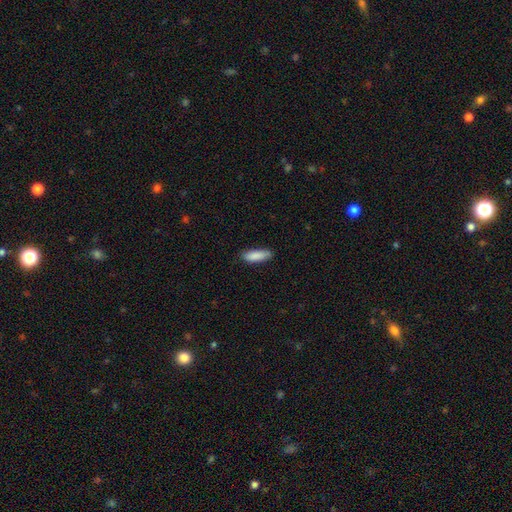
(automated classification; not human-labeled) Overall: smooth (88%). How rounded: in between (55%; cigar-shaped 43%). Merging: none (80%).